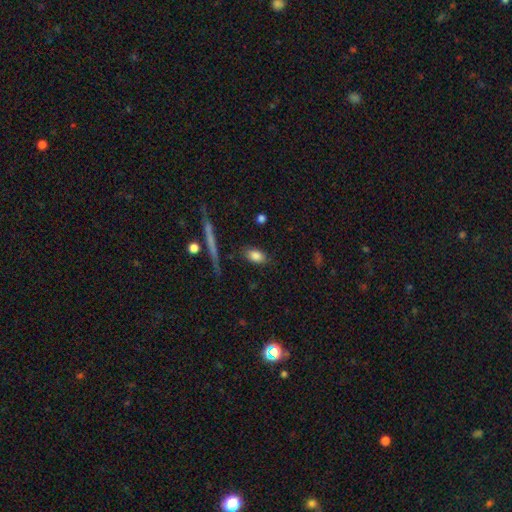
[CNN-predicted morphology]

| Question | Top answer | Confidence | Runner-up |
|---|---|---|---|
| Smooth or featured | smooth | 83% | featured or disk (10%) |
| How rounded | in between | 86% | round (8%) |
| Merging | none | 81% | minor disturbance (13%) |